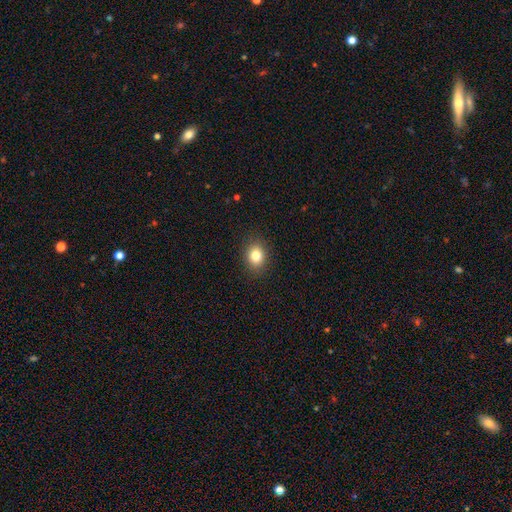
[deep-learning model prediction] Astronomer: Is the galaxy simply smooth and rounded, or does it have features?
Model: smooth — 82%.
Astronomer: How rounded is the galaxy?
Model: in between — 51% (runner-up: round, 49%).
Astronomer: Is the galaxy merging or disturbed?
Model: none — 89%.